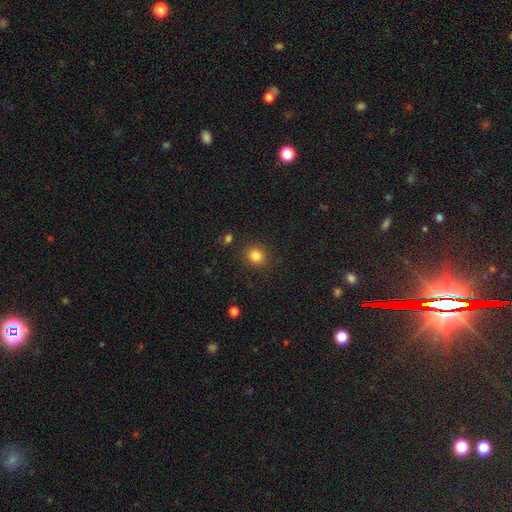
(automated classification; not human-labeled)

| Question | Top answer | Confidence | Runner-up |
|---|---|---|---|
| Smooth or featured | smooth | 84% | star or artifact (11%) |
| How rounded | round | 85% | in between (14%) |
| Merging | none | 88% | minor disturbance (7%) |